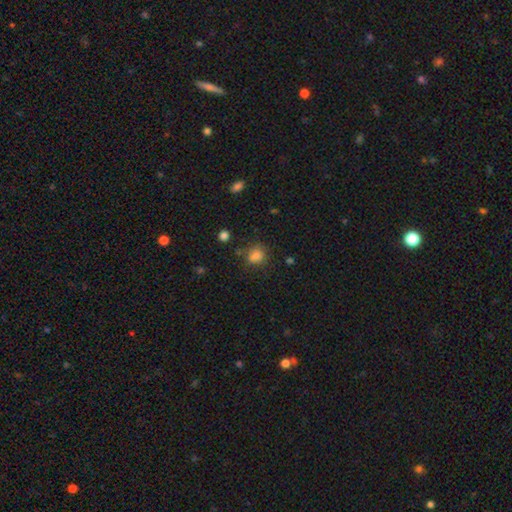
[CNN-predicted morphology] smooth 78%, star or artifact 14%, featured or disk 8%. Down the decision tree: how rounded — round (65%); merging — none (60%).